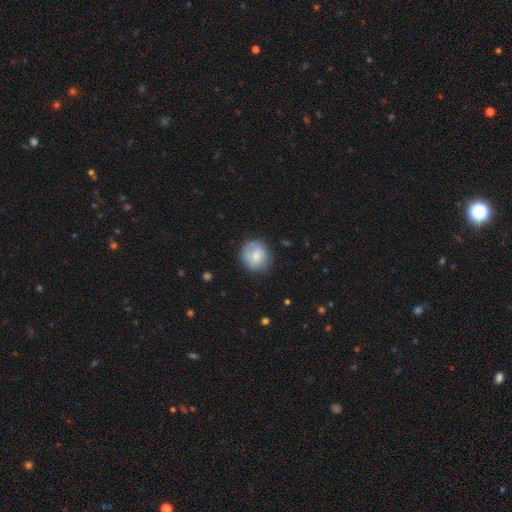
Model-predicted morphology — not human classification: Overall: smooth (74%). How rounded: round (83%). Merging: none (78%).